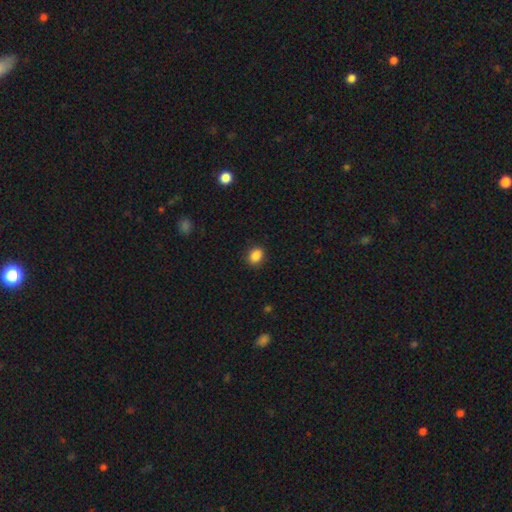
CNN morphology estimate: Q: Smooth or featured?
A: smooth (87%); runner-up: star or artifact (10%)
Q: How rounded?
A: in between (61%); runner-up: round (37%)
Q: Merging?
A: none (86%); runner-up: minor disturbance (10%)